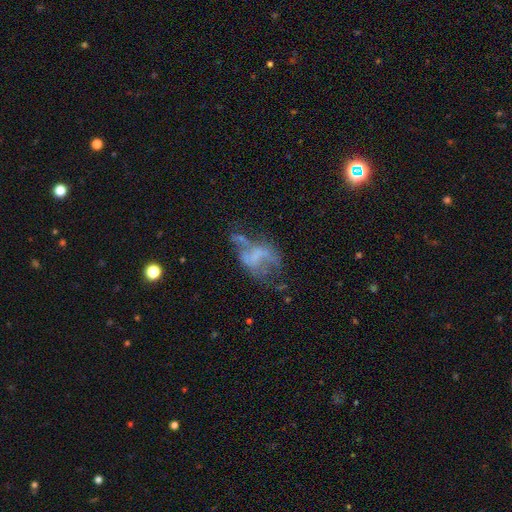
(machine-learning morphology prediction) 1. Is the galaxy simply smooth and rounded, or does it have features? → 61% featured or disk, 24% smooth, 15% star or artifact.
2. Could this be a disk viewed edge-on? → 96% no, 4% yes.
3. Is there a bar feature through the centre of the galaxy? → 75% no, 18% weak, 7% strong.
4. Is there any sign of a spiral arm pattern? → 76% no, 24% yes.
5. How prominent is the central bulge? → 73% none, 14% small, 8% moderate, 3% large, 1% dominant.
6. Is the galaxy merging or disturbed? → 40% major disturbance, 28% none, 18% minor disturbance, 14% merger.